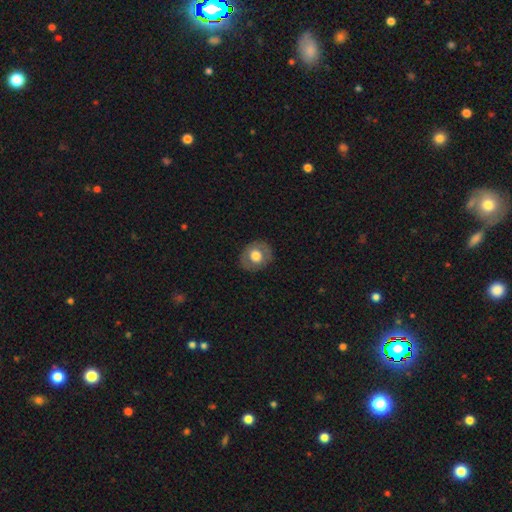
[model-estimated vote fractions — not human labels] This appears to be a smooth galaxy with no disk features (62%) that is round (72%). Merging: none (85%).